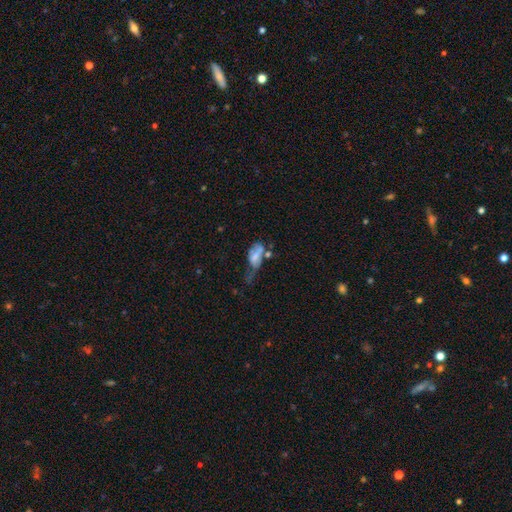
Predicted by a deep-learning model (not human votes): smooth-or-featured: smooth: 53% | featured or disk: 37% | star or artifact: 10%
  how-rounded: in between: 85% | cigar-shaped: 8% | round: 7%
  merging: major disturbance: 39% | minor disturbance: 25% | none: 19% | merger: 18%